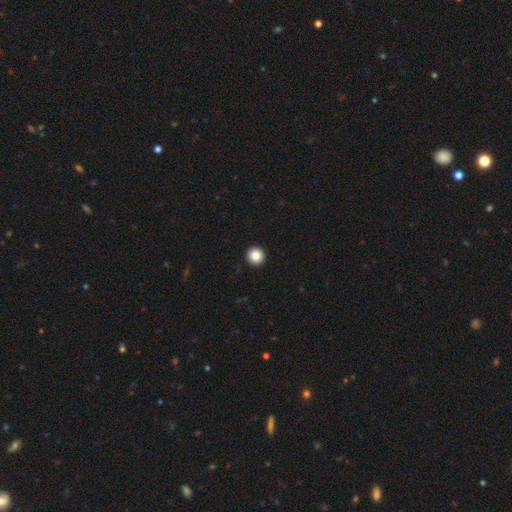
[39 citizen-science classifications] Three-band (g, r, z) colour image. It shows a smooth galaxy with no disk features (92%) that is round (89%). Merging: none (100%).